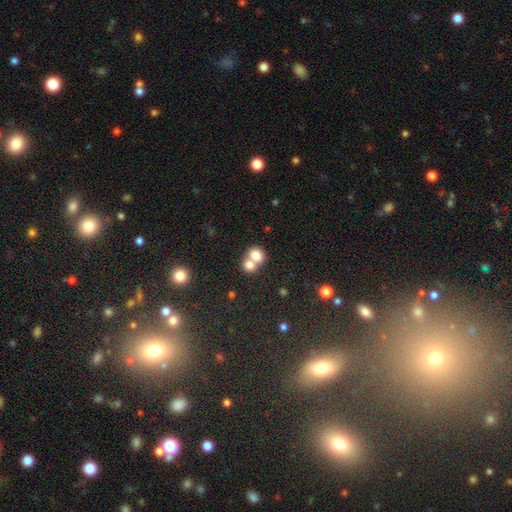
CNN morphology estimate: This appears to be a smooth galaxy with no disk features (77%) that is round (64%). Merging: merger (66%).